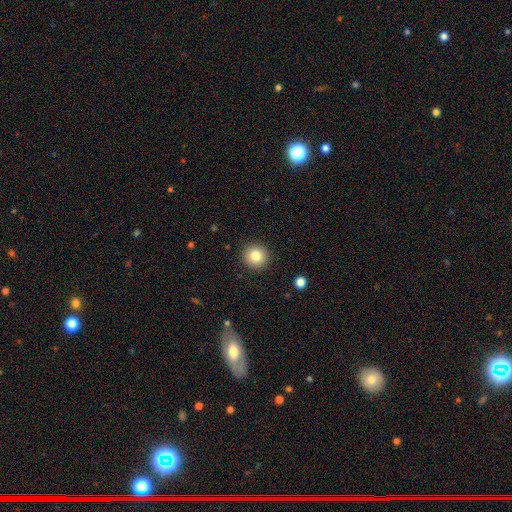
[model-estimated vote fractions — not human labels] This appears to be a smooth galaxy with no disk features (81%) that is round (93%). Merging: none (91%).